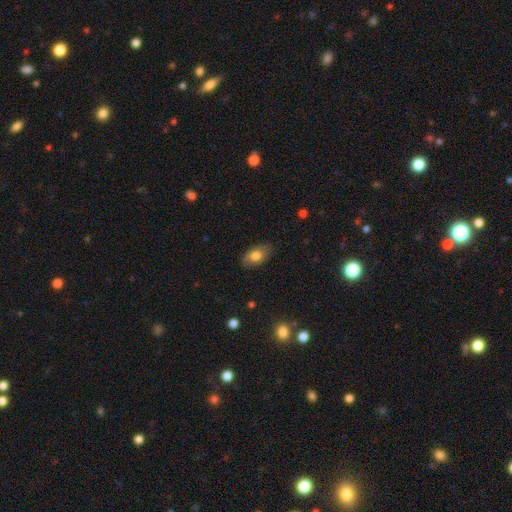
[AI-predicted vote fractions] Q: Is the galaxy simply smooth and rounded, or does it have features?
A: smooth — 75%.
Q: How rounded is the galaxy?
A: in between — 90%.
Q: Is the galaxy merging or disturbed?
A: none — 83%.